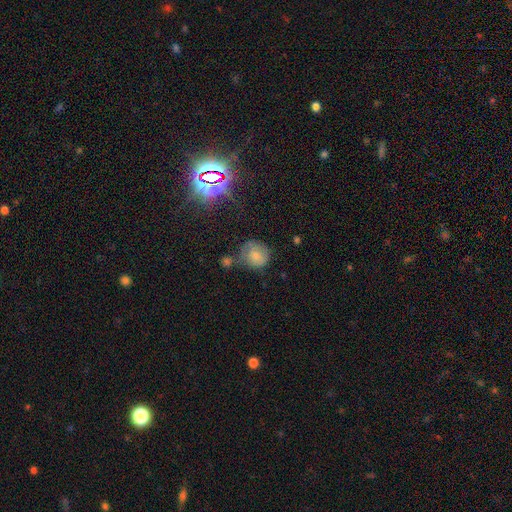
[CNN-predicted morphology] type=smooth (70%); roundness=round (82%); merging=none (47%).